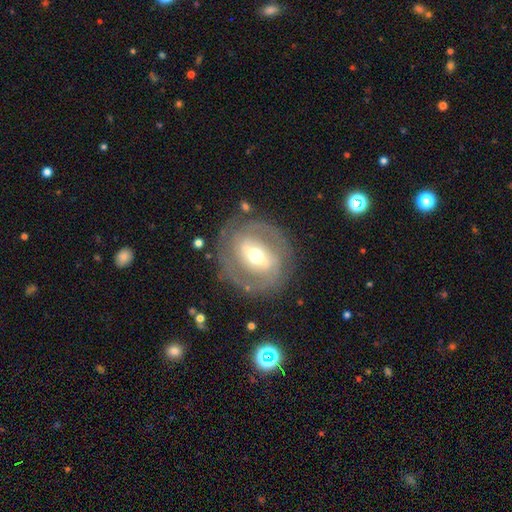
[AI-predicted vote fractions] Smooth or featured? Predicted: featured or disk (p=0.81). Edge-on disk? Predicted: no (p=0.94). Bar? Predicted: strong (p=0.54). Spiral arms? Predicted: yes (p=0.82). Spiral winding? Predicted: tight (p=0.55). Spiral arm count? Predicted: 2 (p=0.69). Bulge size? Predicted: moderate (p=0.67). Merging? Predicted: none (p=0.79).